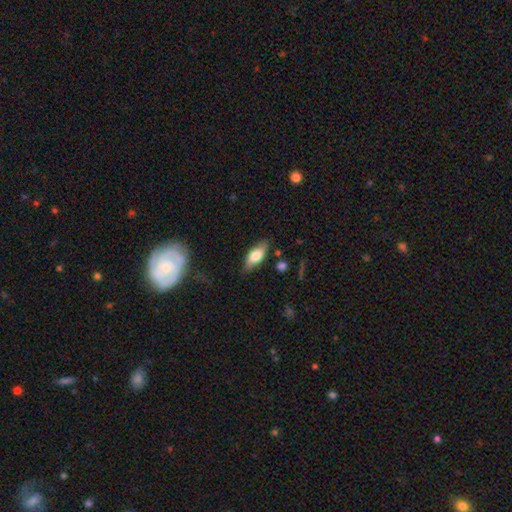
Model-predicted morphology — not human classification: smooth_or_featured: smooth (p=0.68) [alt: featured or disk p=0.24]
how_rounded: in between (p=0.79) [alt: cigar-shaped p=0.18]
merging: none (p=0.77) [alt: minor disturbance p=0.17]